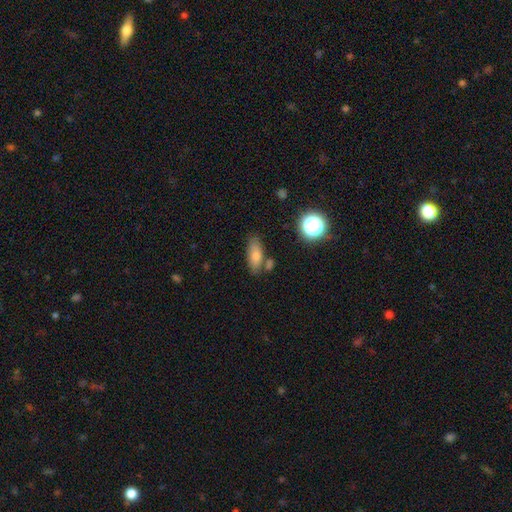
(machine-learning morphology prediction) Q: Smooth or featured?
A: smooth (72%); runner-up: featured or disk (15%)
Q: How rounded?
A: in between (71%); runner-up: cigar-shaped (22%)
Q: Merging?
A: none (72%); runner-up: minor disturbance (15%)